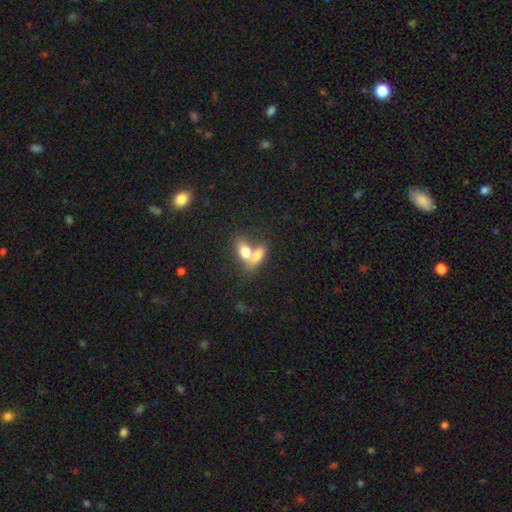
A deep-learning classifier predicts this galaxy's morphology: This appears to be a smooth galaxy with no disk features (73%) that is in between round and cigar-shaped (79%). Merging: merger (70%).